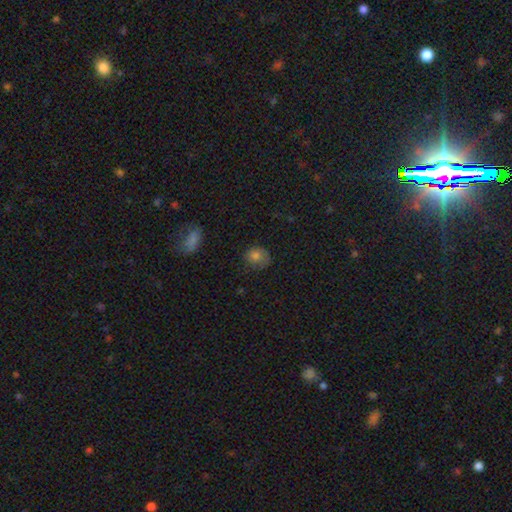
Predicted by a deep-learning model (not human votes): This is likely a smooth galaxy (78%). How rounded: likely round (66%). Merging: likely none (64%).